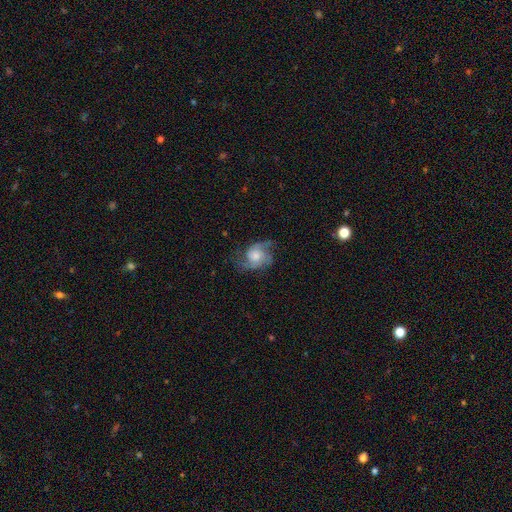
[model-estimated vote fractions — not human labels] Smooth or featured? featured or disk (68%)
Edge-on disk? no (97%)
Bar? no (74%)
Spiral arms? yes (90%)
Spiral winding? medium (47%)
Spiral arm count? 2 (50%)
Bulge size? moderate (45%)
Merging? none (56%)